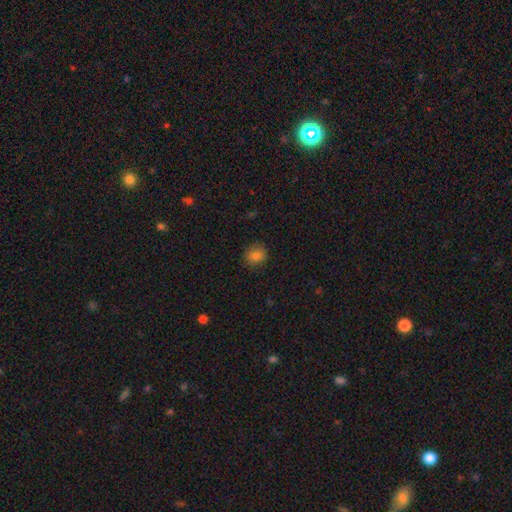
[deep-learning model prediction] Q: Smooth or featured?
A: smooth (82%); runner-up: star or artifact (12%)
Q: How rounded?
A: round (78%); runner-up: in between (21%)
Q: Merging?
A: none (83%); runner-up: minor disturbance (13%)